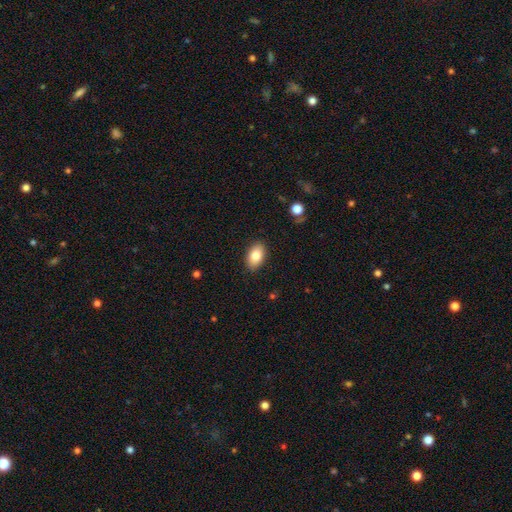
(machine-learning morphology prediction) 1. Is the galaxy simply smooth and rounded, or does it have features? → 83% smooth, 10% featured or disk, 7% star or artifact.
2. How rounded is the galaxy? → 93% in between, 6% round, 2% cigar-shaped.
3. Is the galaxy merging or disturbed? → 88% none, 9% minor disturbance, 2% major disturbance, 1% merger.